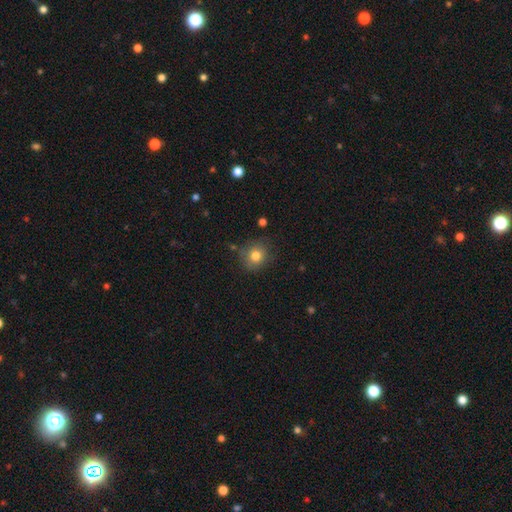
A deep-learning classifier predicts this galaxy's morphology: smooth-or-featured: smooth: 80% | star or artifact: 11% | featured or disk: 9%
  how-rounded: round: 85% | in between: 15% | cigar-shaped: 1%
  merging: none: 80% | minor disturbance: 14% | major disturbance: 4% | merger: 3%